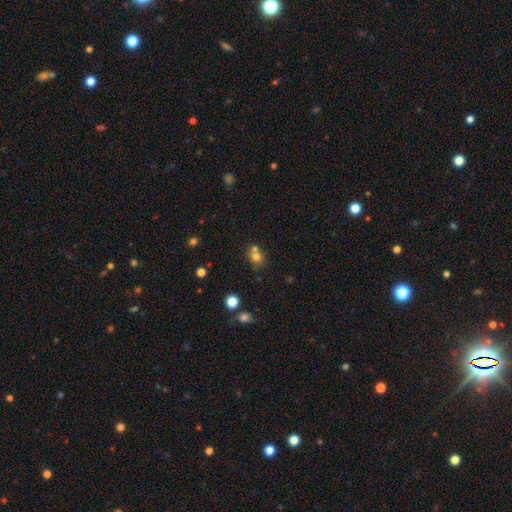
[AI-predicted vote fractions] smooth_or_featured: smooth (p=0.73) [alt: star or artifact p=0.16]
how_rounded: round (p=0.70) [alt: in between p=0.29]
merging: none (p=0.49) [alt: merger p=0.39]